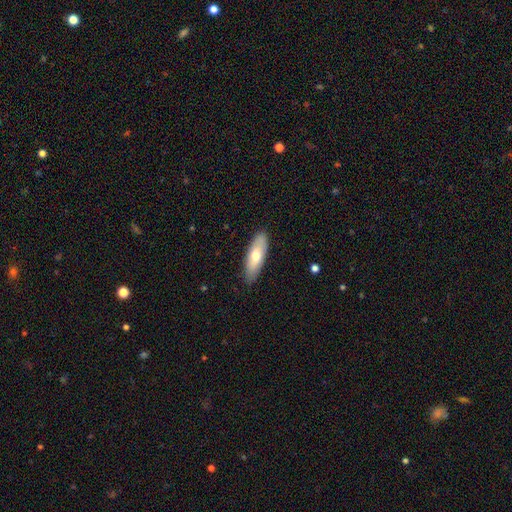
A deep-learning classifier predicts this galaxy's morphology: smooth 68%, featured or disk 26%, star or artifact 6%. Down the decision tree: how rounded — in between (61%); merging — none (86%).